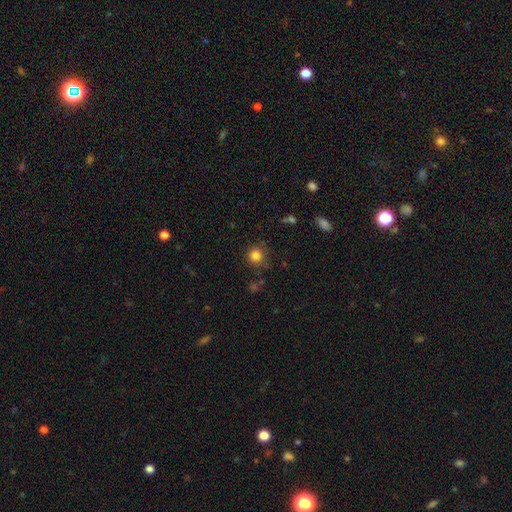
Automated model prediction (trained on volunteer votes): A smooth galaxy with no disk features (83%) that is round (93%).

Vote fractions:
- Smooth or featured? smooth: 83% / star or artifact: 12% / featured or disk: 5%
- How rounded? round: 93% / in between: 6% / cigar-shaped: 1%
- Merging? none: 84% / minor disturbance: 10% / major disturbance: 4% / merger: 3%